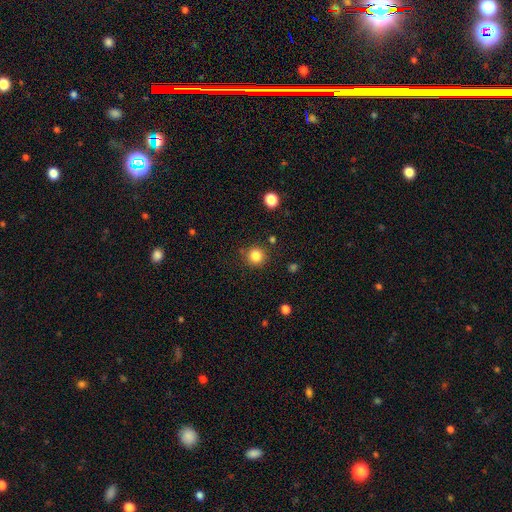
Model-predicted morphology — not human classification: The model was most divided on "smooth or featured": smooth: 84%, star or artifact: 12%, featured or disk: 5%. More confident: how rounded — round (93%); merging — none (85%).